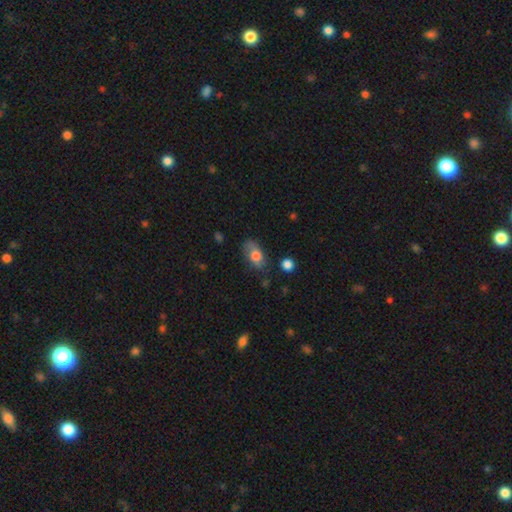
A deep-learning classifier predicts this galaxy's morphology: Overall: smooth (70%). How rounded: in between (86%). Merging: none (66%).